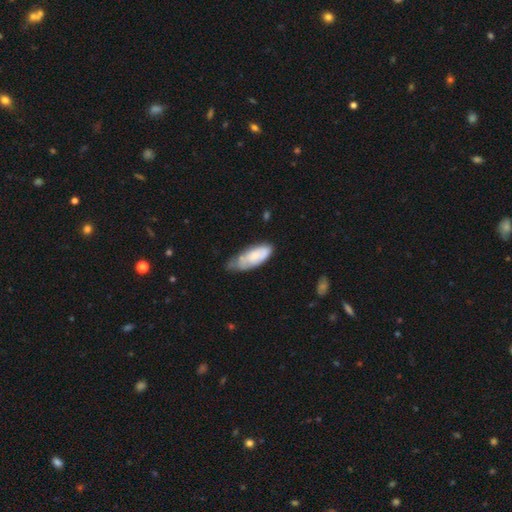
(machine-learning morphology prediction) smooth_or_featured: smooth (p=0.66) [alt: featured or disk p=0.28]
how_rounded: in between (p=0.78) [alt: cigar-shaped p=0.20]
merging: minor disturbance (p=0.44) [alt: none p=0.39]